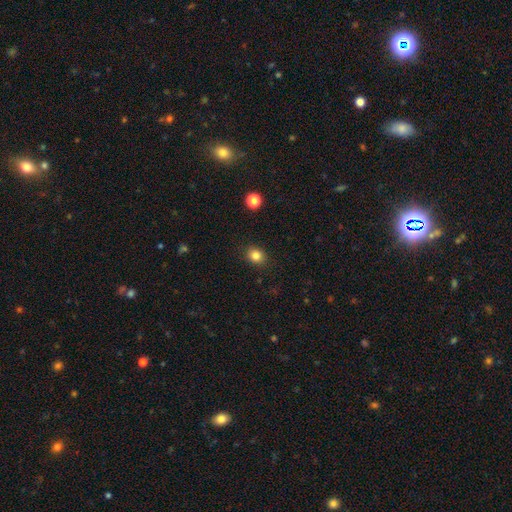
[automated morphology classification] Overall: smooth (83%). How rounded: round (63%; in between 36%). Merging: none (88%).